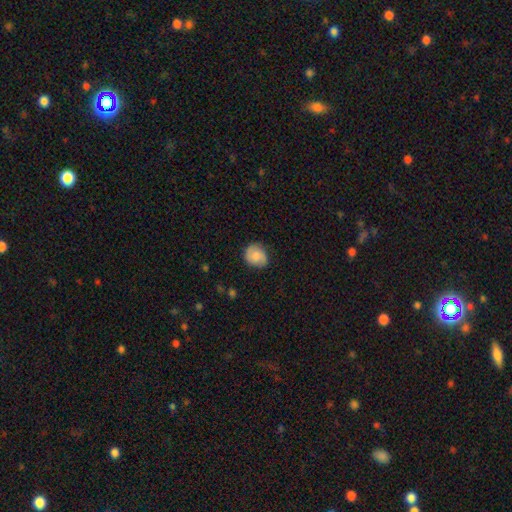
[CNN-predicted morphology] type=smooth (55%); roundness=round (76%); merging=none (76%).